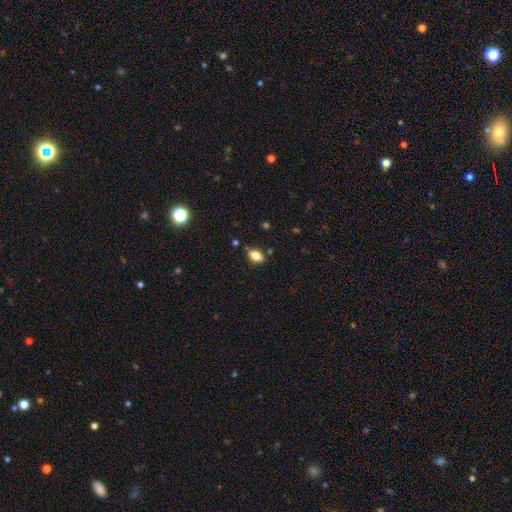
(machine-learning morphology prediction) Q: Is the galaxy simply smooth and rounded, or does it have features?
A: smooth — 83%.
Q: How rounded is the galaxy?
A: in between — 88%.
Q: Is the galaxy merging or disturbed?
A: none — 82%.